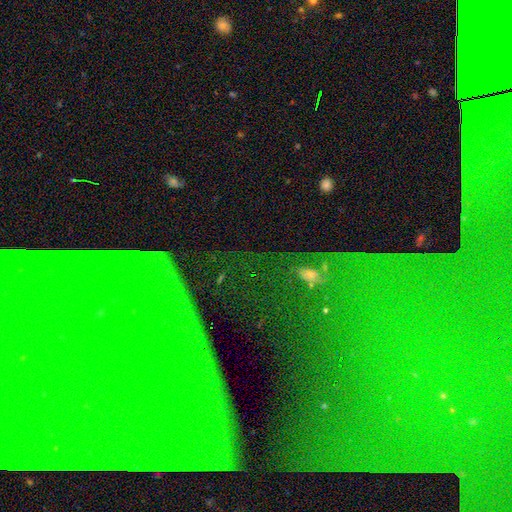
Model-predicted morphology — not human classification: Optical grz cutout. It shows a star or artifact, not a galaxy (77%).